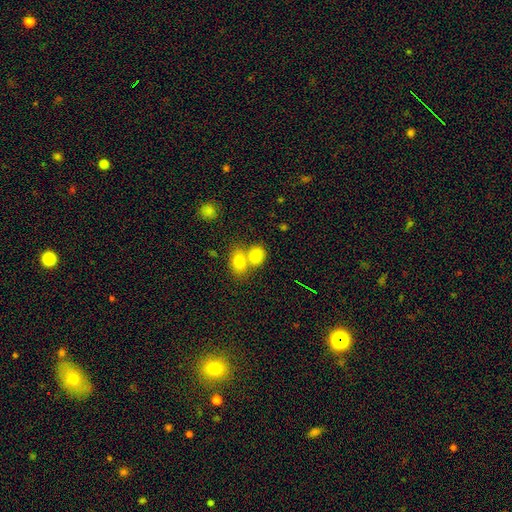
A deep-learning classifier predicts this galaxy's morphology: This appears to be a smooth galaxy with no disk features (81%) that is in between round and cigar-shaped (51%). Merging: merger (47%).